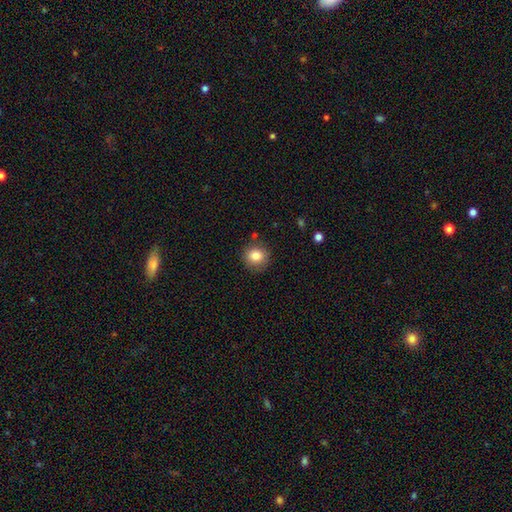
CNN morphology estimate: A smooth galaxy with no disk features (83%) that is round (90%). Merging: none (84%).